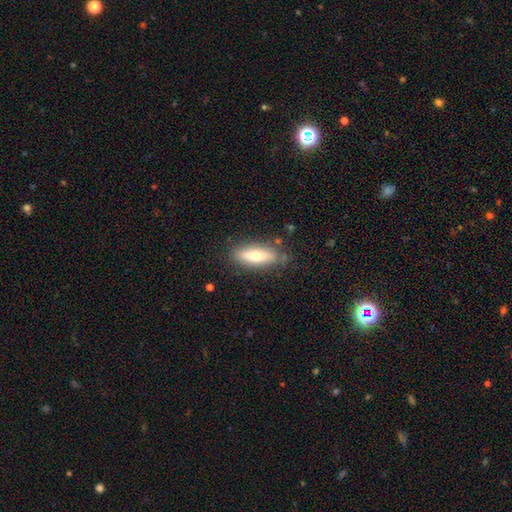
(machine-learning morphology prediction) smooth-or-featured: smooth: 66% | featured or disk: 27% | star or artifact: 7%
  how-rounded: in between: 59% | cigar-shaped: 38% | round: 2%
  merging: none: 81% | minor disturbance: 13% | major disturbance: 3% | merger: 2%